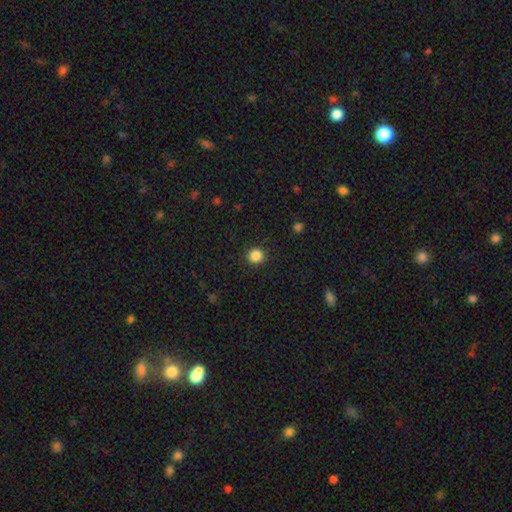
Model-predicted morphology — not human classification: smooth-or-featured: smooth: 85% | star or artifact: 11% | featured or disk: 4%
  how-rounded: round: 92% | in between: 7% | cigar-shaped: 1%
  merging: none: 91% | minor disturbance: 6% | major disturbance: 2% | merger: 1%